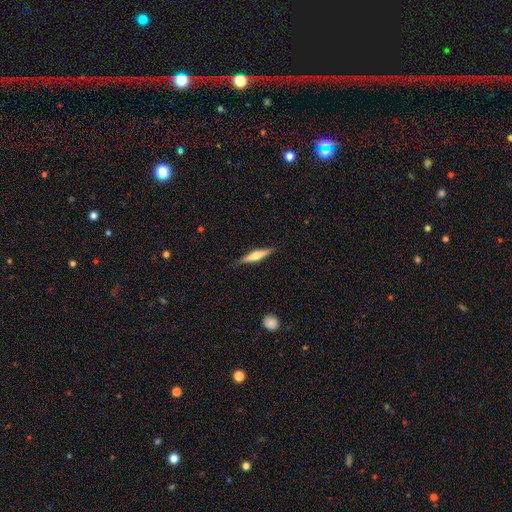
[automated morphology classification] Smooth or featured? featured or disk (52%)
Edge-on disk? yes (96%)
Edge-on bulge? rounded (75%)
Merging? none (86%)